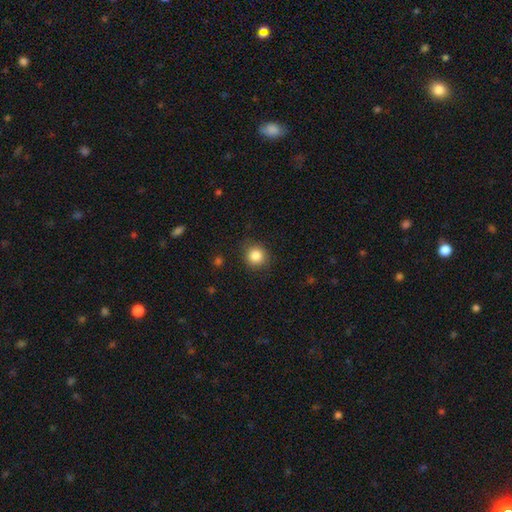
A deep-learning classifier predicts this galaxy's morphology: A smooth galaxy with no disk features (85%) that is round (91%).

Vote fractions:
- Smooth or featured? smooth: 85% / star or artifact: 10% / featured or disk: 5%
- How rounded? round: 91% / in between: 8% / cigar-shaped: 1%
- Merging? none: 87% / minor disturbance: 9% / major disturbance: 3% / merger: 1%